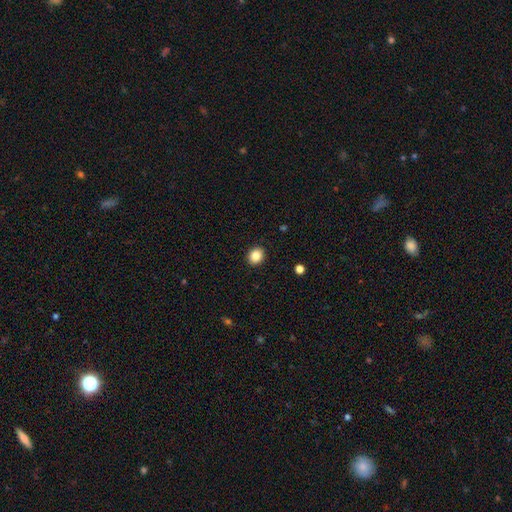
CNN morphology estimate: Smooth or featured? Predicted: smooth (p=0.86). How rounded? Predicted: round (p=0.62). Merging? Predicted: none (p=0.91).